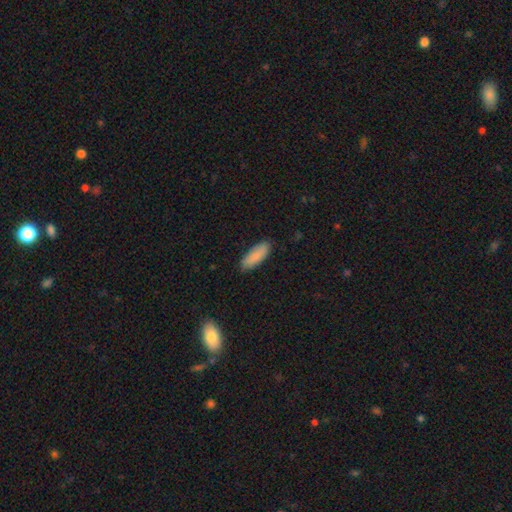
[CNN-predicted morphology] Smooth or featured? smooth (87%)
How rounded? in between (67%)
Merging? none (86%)